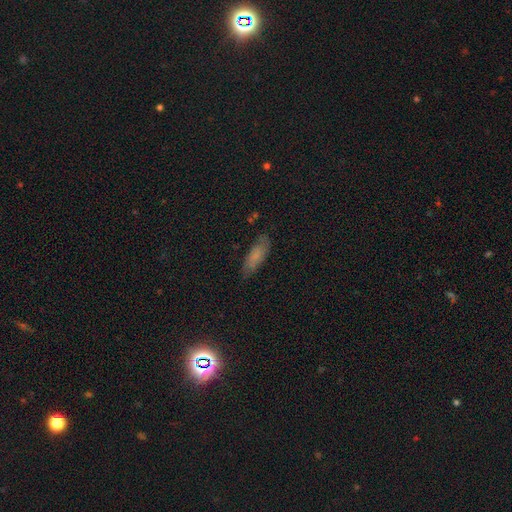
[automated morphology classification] A smooth galaxy with no disk features (65%) that is in between round and cigar-shaped (61%). Merging: none (73%).